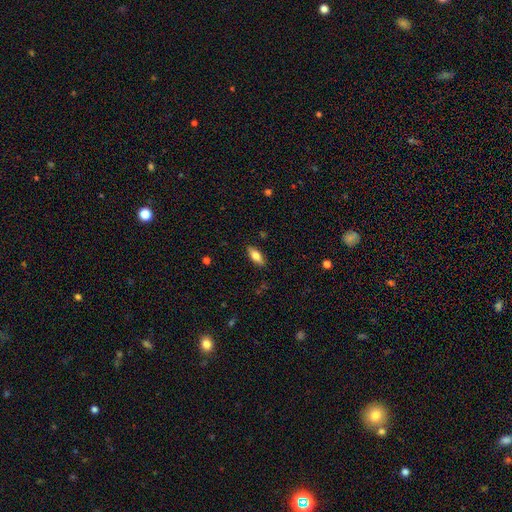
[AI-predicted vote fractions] Smooth or featured: smooth — 68% (featured or disk — 25%)
How rounded: in between — 74% (cigar-shaped — 23%)
Merging: none — 88% (minor disturbance — 9%)